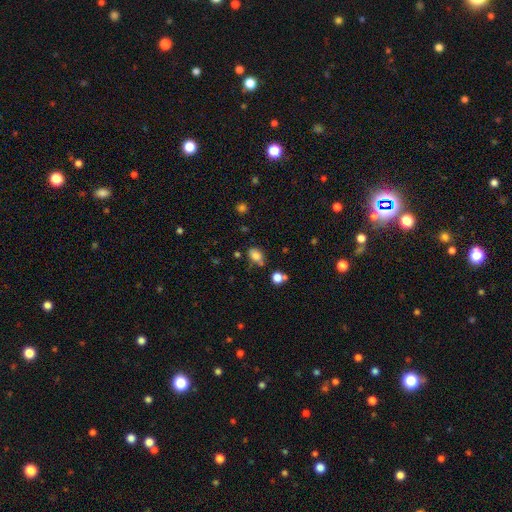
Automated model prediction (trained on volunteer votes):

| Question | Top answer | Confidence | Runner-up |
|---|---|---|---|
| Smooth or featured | smooth | 79% | star or artifact (13%) |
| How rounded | in between | 76% | round (22%) |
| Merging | none | 66% | minor disturbance (20%) |